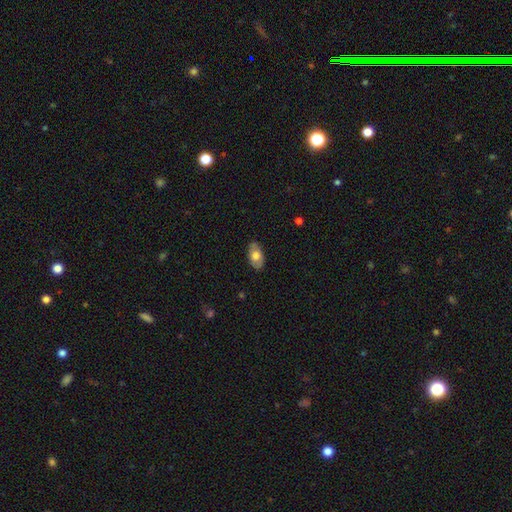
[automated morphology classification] Smooth or featured?
  - smooth: 67% *
  - featured or disk: 26%
  - star or artifact: 7%
How rounded?
  - in between: 92% *
  - round: 6%
  - cigar-shaped: 2%
Merging?
  - none: 81% *
  - minor disturbance: 15%
  - major disturbance: 2%
  - merger: 1%